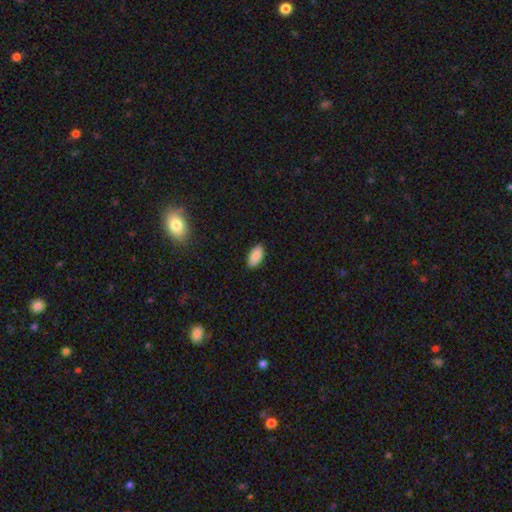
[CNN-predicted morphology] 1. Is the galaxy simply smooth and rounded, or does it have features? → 88% smooth, 7% star or artifact, 5% featured or disk.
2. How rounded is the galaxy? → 94% in between, 4% cigar-shaped, 2% round.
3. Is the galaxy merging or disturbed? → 87% none, 10% minor disturbance, 2% major disturbance, 1% merger.